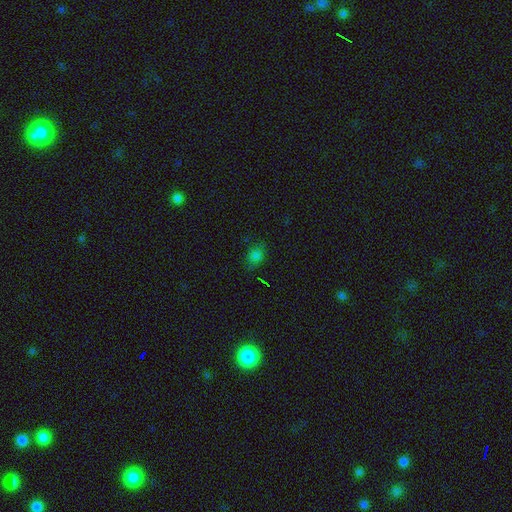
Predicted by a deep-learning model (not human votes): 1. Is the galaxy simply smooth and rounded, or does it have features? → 76% smooth, 18% star or artifact, 6% featured or disk.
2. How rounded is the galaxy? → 64% in between, 34% round, 2% cigar-shaped.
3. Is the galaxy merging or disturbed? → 75% none, 18% minor disturbance, 5% major disturbance, 2% merger.